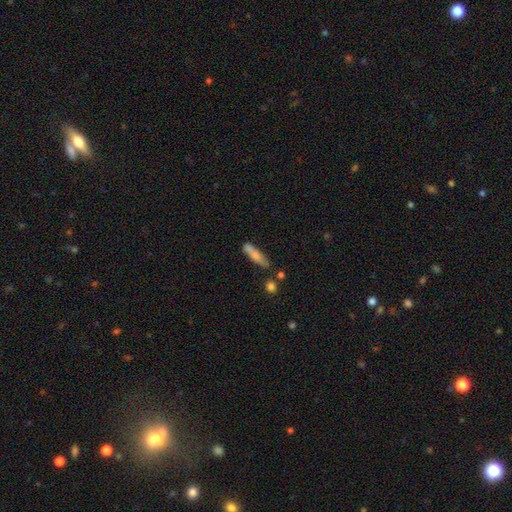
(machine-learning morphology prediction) smooth 72%, featured or disk 22%, star or artifact 7%. Down the decision tree: how rounded — cigar-shaped (76%); merging — none (69%).